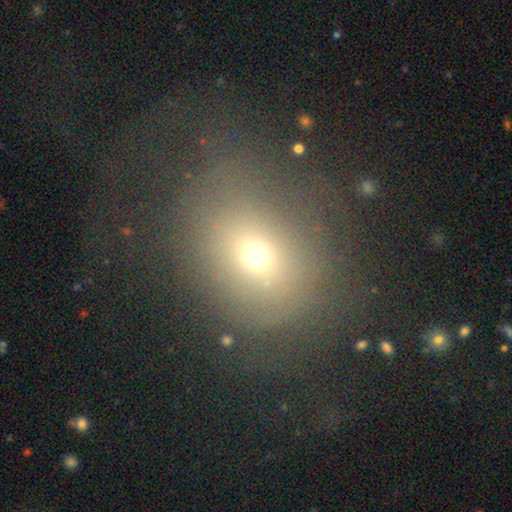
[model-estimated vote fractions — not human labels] smooth 61%, featured or disk 20%, star or artifact 19%. Down the decision tree: how rounded — round (67%); merging — none (50%).